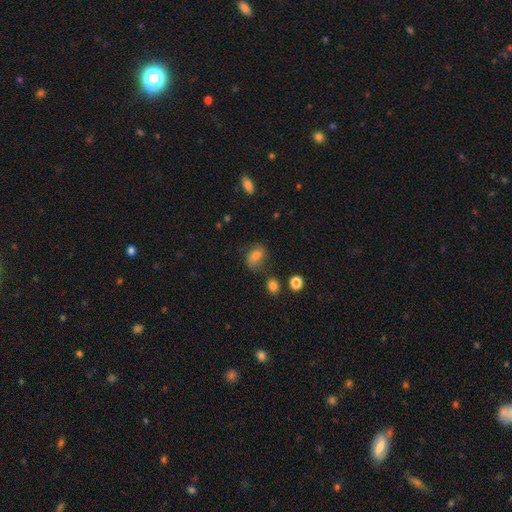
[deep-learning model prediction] Smooth or featured?
  - smooth: 69% *
  - featured or disk: 19%
  - star or artifact: 12%
How rounded?
  - in between: 75% *
  - round: 23%
  - cigar-shaped: 2%
Merging?
  - none: 60% *
  - minor disturbance: 24%
  - major disturbance: 11%
  - merger: 6%